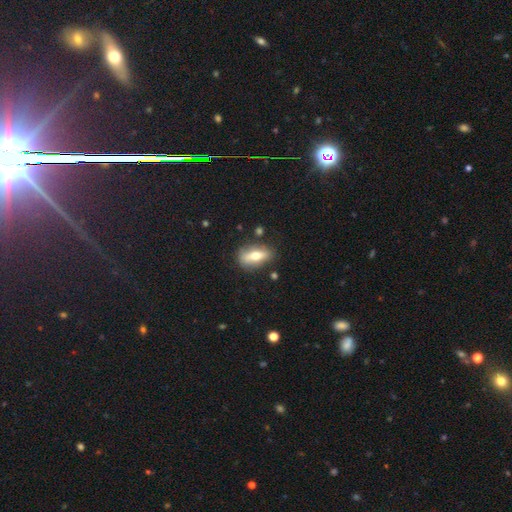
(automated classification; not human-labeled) Smooth or featured? Predicted: smooth (p=0.55). How rounded? Predicted: in between (p=0.74). Merging? Predicted: none (p=0.75).